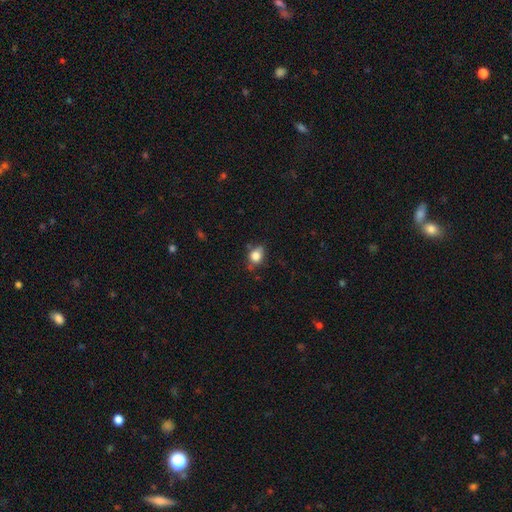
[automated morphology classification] Smooth or featured? smooth (80%)
How rounded? in between (50%)
Merging? none (65%)